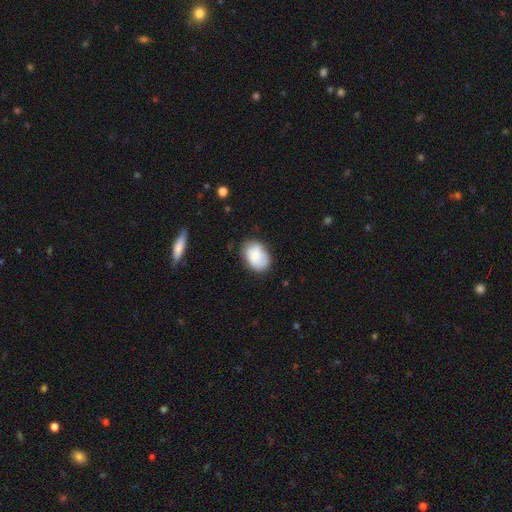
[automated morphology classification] Smooth or featured? smooth (79%)
How rounded? in between (78%)
Merging? none (70%)